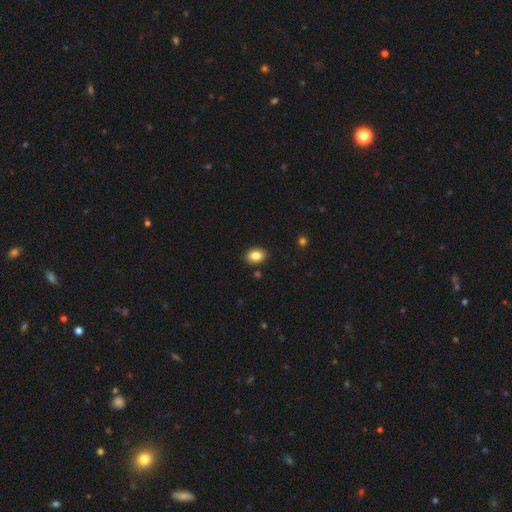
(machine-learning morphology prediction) Smooth or featured?
  - smooth: 85% *
  - star or artifact: 9%
  - featured or disk: 6%
How rounded?
  - in between: 69% *
  - round: 30%
  - cigar-shaped: 1%
Merging?
  - none: 88% *
  - minor disturbance: 8%
  - major disturbance: 2%
  - merger: 2%